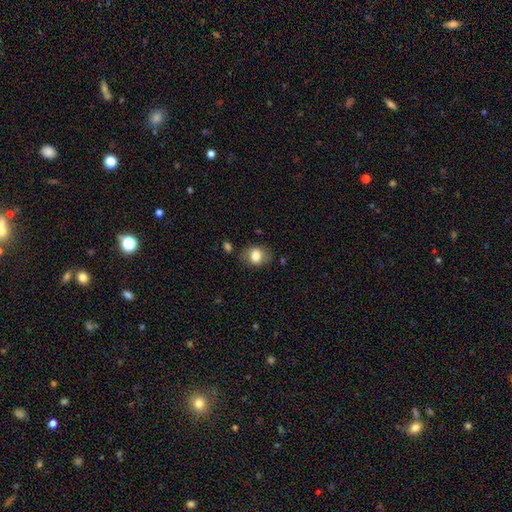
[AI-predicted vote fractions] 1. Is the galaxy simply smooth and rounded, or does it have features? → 79% smooth, 13% featured or disk, 8% star or artifact.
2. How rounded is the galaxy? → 50% in between, 49% round, 1% cigar-shaped.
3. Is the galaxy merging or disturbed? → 75% none, 17% minor disturbance, 5% major disturbance, 3% merger.